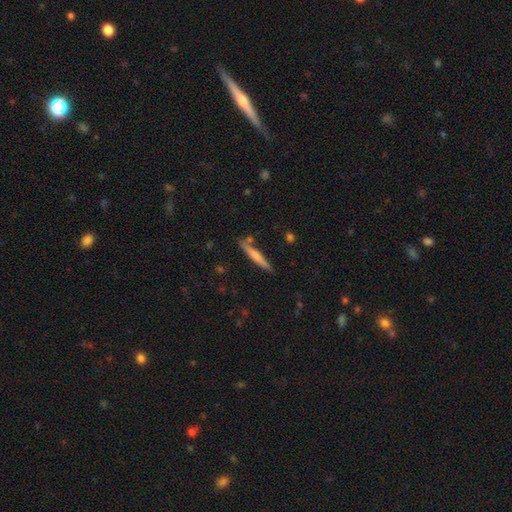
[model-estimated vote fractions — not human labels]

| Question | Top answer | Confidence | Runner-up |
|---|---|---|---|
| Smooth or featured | smooth | 58% | featured or disk (36%) |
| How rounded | cigar-shaped | 94% | in between (4%) |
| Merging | none | 82% | minor disturbance (11%) |